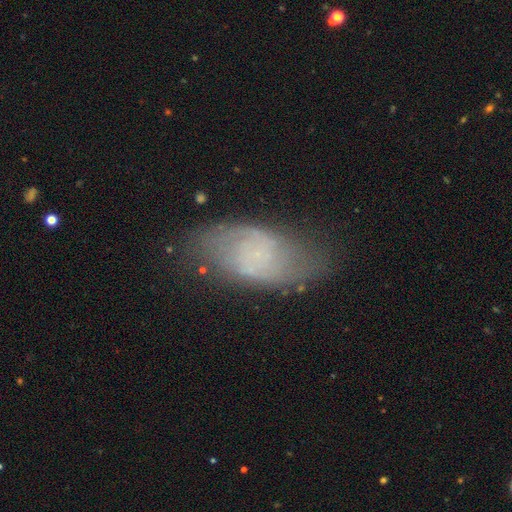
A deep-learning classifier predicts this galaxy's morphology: A featured or disk galaxy (61%) with no bar (69%), spiral arms (79%) and no central bulge (48%).

Vote fractions:
- Smooth or featured? featured or disk: 61% / smooth: 29% / star or artifact: 10%
- Edge-on disk? no: 94% / yes: 6%
- Bar? no: 69% / weak: 26% / strong: 5%
- Spiral arms? yes: 79% / no: 21%
- Bulge size? none: 48% / small: 44% / moderate: 6% / large: 2% / dominant: 1%
- Merging? none: 64% / minor disturbance: 22% / major disturbance: 11% / merger: 2%